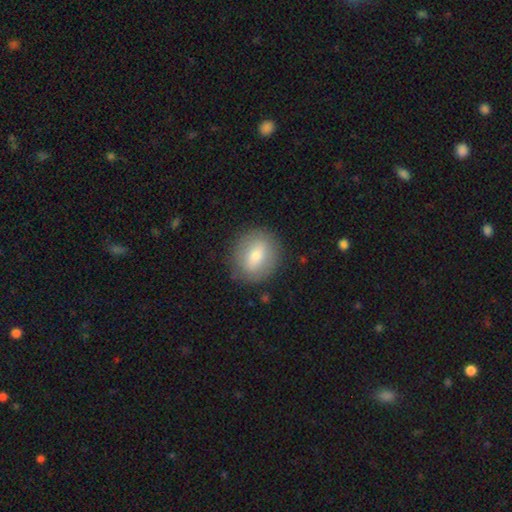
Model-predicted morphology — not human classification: smooth-or-featured: smooth: 68% | featured or disk: 24% | star or artifact: 7%
  how-rounded: round: 57% | in between: 41% | cigar-shaped: 2%
  merging: none: 86% | minor disturbance: 10% | major disturbance: 3% | merger: 1%